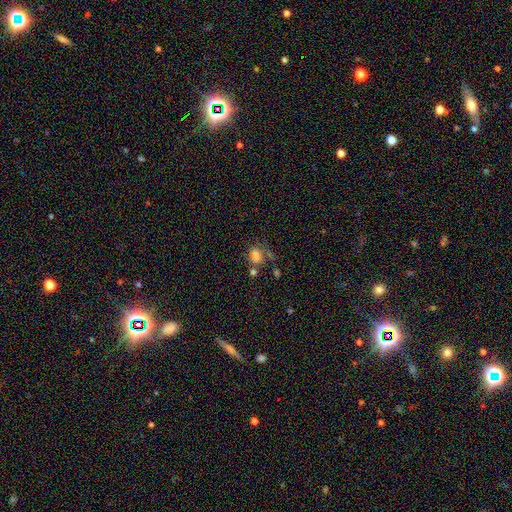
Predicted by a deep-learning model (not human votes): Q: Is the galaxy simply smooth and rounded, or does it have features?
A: smooth — 74%.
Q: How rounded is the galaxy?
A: in between — 57%.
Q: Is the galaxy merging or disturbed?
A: none — 46%.